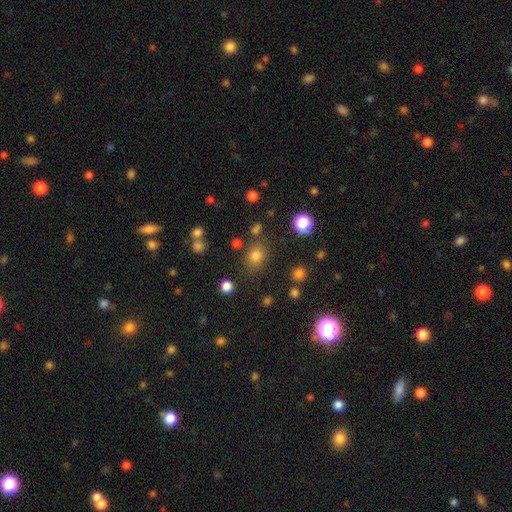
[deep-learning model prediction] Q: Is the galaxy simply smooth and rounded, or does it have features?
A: smooth — 73%.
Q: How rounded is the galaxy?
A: round — 54%.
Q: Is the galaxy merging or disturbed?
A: none — 79%.